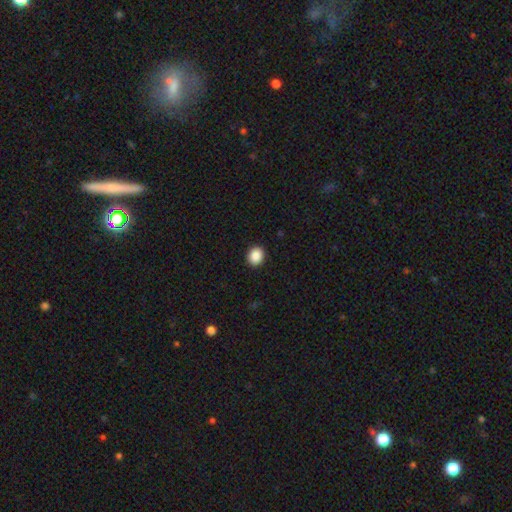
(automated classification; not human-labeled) smooth 89%, star or artifact 9%, featured or disk 3%. Down the decision tree: how rounded — round (71%); merging — none (92%).